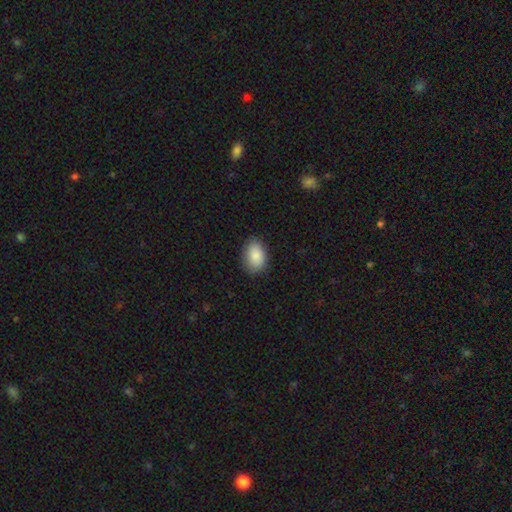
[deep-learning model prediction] This is clearly a smooth galaxy (87%). How rounded: clearly in between (85%). Merging: clearly none (84%).